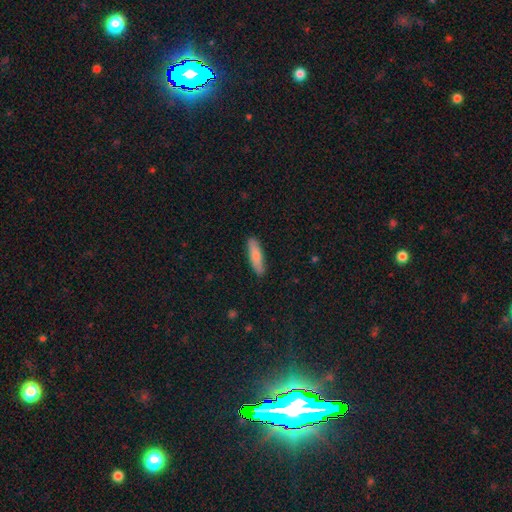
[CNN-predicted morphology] This is clearly a smooth galaxy (81%). How rounded: likely cigar-shaped (70%). Merging: clearly none (87%).